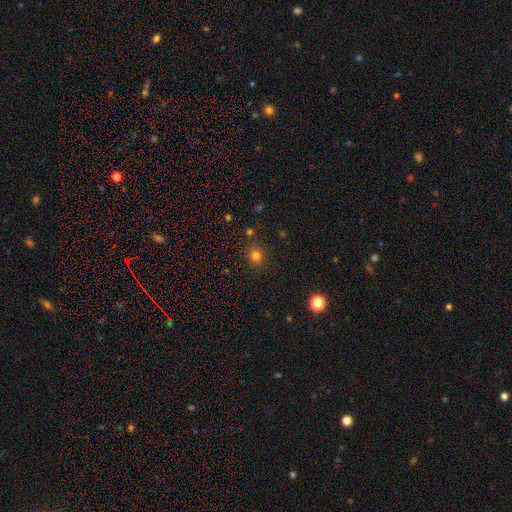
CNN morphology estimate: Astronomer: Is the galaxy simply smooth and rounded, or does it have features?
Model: smooth — 76%.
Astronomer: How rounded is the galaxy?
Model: round — 84%.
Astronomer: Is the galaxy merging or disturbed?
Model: none — 80%.